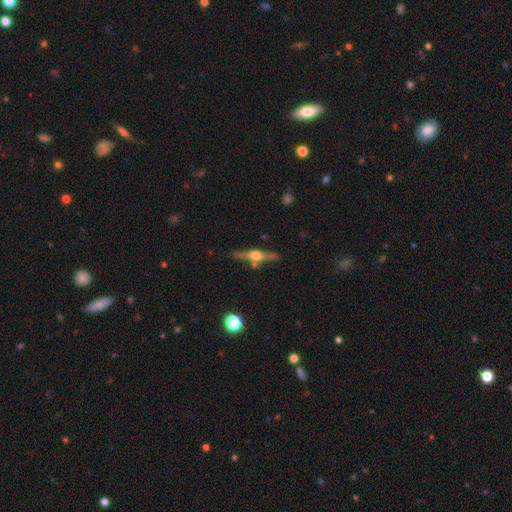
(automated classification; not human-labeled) Overall: featured or disk (73%). Edge-on disk: yes (96%). Edge-on bulge: rounded (93%). Merging: none (80%).